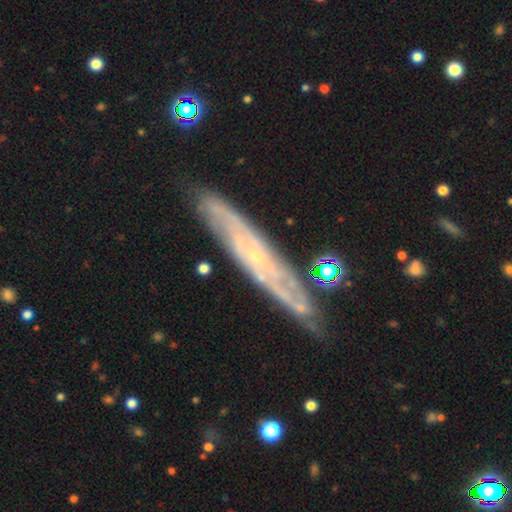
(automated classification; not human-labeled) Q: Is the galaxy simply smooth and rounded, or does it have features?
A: featured or disk — 81%.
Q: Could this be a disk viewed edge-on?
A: no — 55%.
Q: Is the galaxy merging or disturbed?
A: none — 79%.